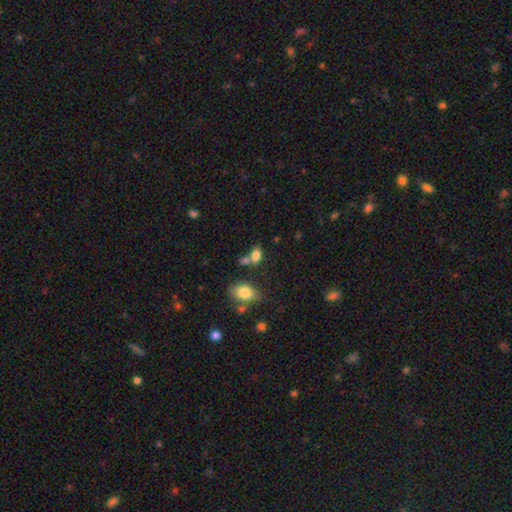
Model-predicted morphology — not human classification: smooth-or-featured: smooth: 80% | star or artifact: 11% | featured or disk: 8%
  how-rounded: in between: 78% | round: 19% | cigar-shaped: 3%
  merging: none: 47% | merger: 31% | minor disturbance: 15% | major disturbance: 6%